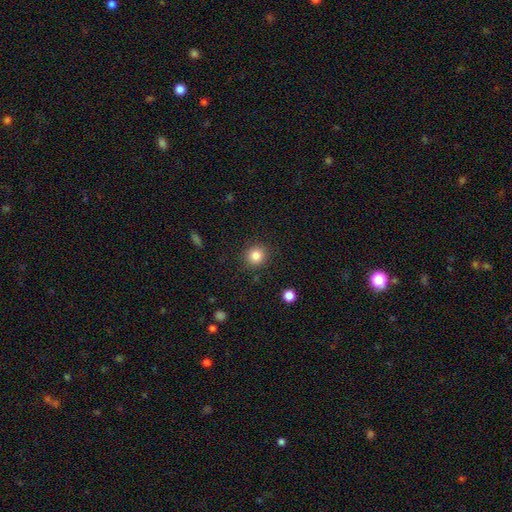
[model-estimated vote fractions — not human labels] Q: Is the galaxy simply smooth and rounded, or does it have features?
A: smooth — 84%.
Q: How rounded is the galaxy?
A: round — 88%.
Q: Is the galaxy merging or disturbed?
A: none — 89%.